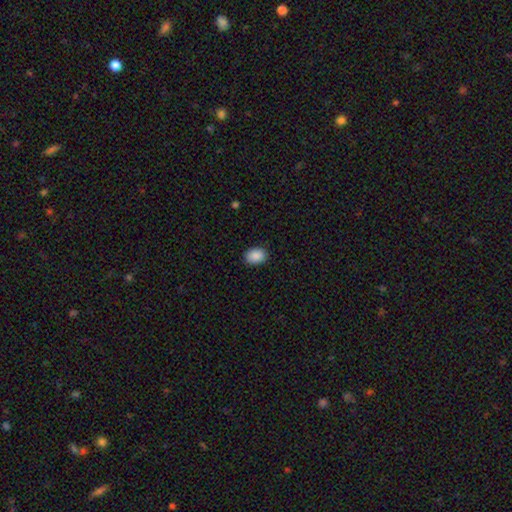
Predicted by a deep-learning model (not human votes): A smooth galaxy with no disk features (90%) that is in between round and cigar-shaped (72%). Merging: none (89%).